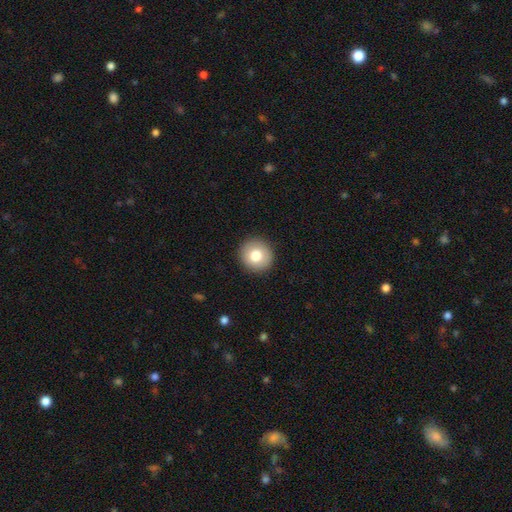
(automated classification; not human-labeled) Smooth or featured? smooth (78%)
How rounded? round (93%)
Merging? none (92%)